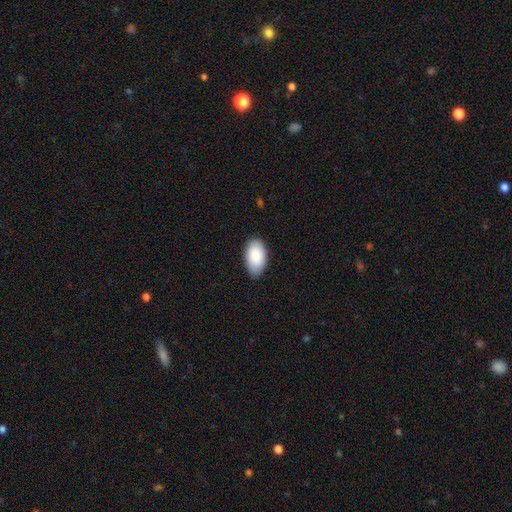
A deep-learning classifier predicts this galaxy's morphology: This is clearly a smooth galaxy (87%). How rounded: clearly in between (96%). Merging: clearly none (83%).